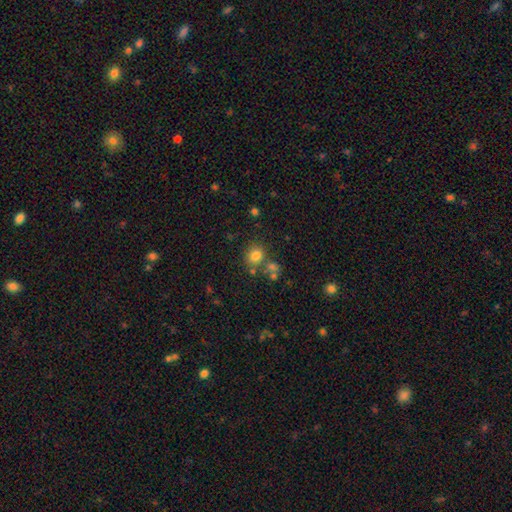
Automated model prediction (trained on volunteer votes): Smooth or featured?
  - smooth: 78% *
  - star or artifact: 15%
  - featured or disk: 7%
How rounded?
  - round: 70% *
  - in between: 29%
  - cigar-shaped: 1%
Merging?
  - none: 67% *
  - merger: 16%
  - minor disturbance: 12%
  - major disturbance: 5%